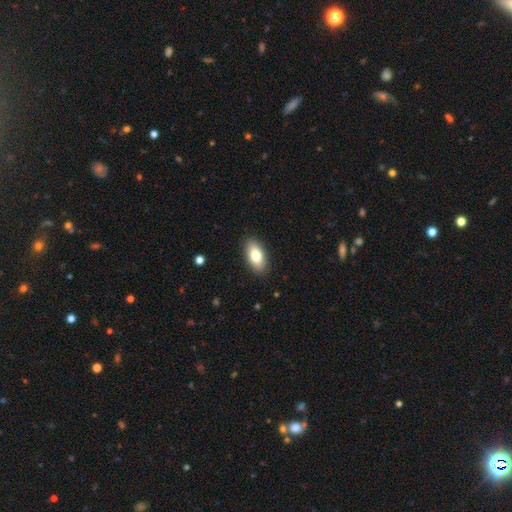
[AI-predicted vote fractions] smooth_or_featured: smooth (p=0.78) [alt: featured or disk p=0.15]
how_rounded: in between (p=0.90) [alt: cigar-shaped p=0.06]
merging: none (p=0.89) [alt: minor disturbance p=0.08]